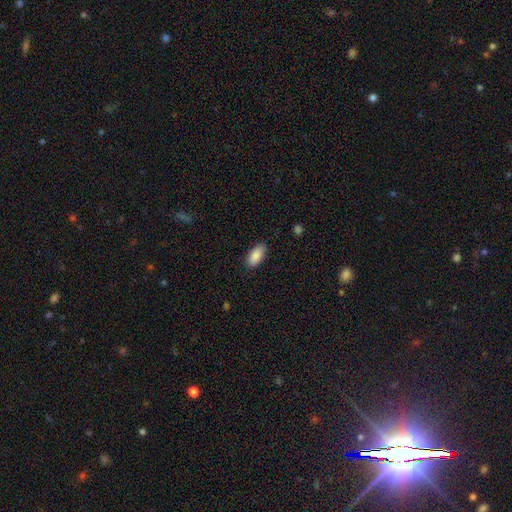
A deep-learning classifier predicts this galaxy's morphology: smooth 88%, star or artifact 6%, featured or disk 5%. Down the decision tree: how rounded — in between (93%); merging — none (86%).